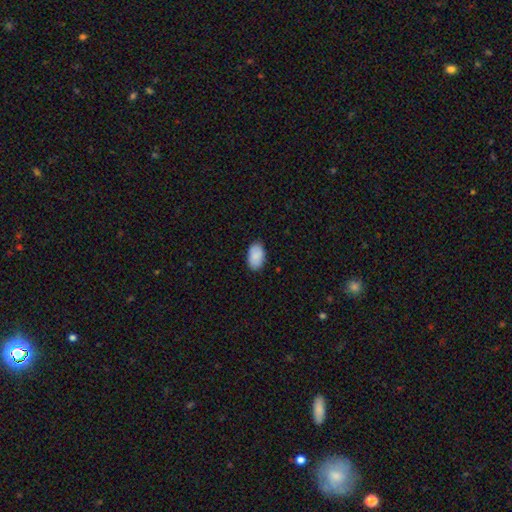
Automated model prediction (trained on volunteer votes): This appears to be a smooth galaxy with no disk features (90%) that is in between round and cigar-shaped (94%). Merging: none (87%).